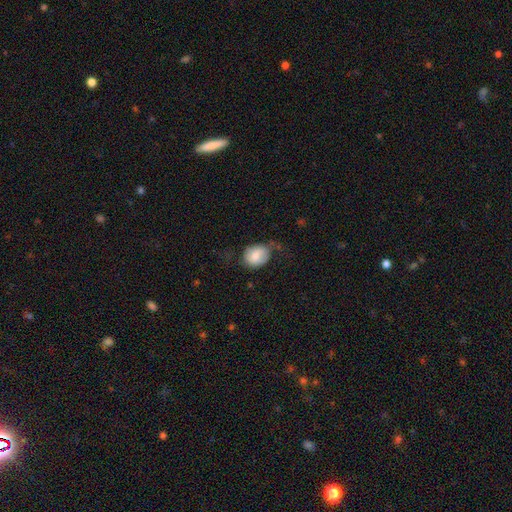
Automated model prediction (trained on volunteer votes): Smooth or featured? smooth (75%)
How rounded? round (54%)
Merging? none (48%)